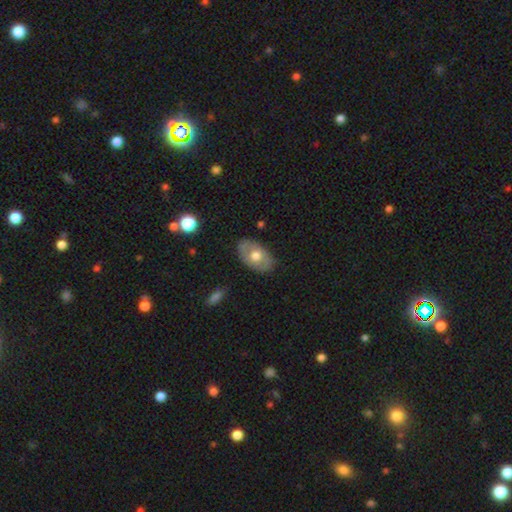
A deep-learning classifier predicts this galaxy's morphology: smooth-or-featured: smooth: 57% | featured or disk: 37% | star or artifact: 6%
  how-rounded: in between: 88% | round: 10% | cigar-shaped: 1%
  merging: none: 81% | minor disturbance: 15% | major disturbance: 3% | merger: 1%